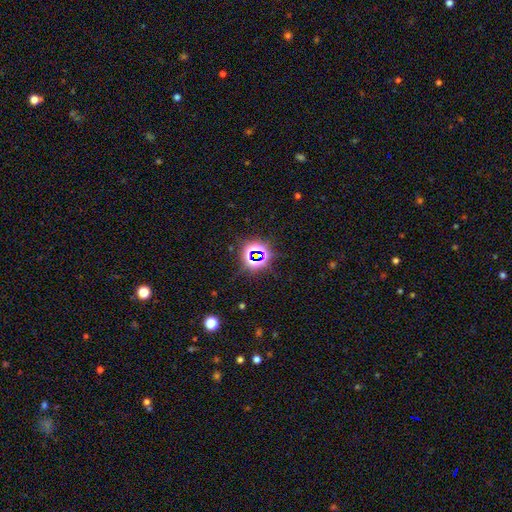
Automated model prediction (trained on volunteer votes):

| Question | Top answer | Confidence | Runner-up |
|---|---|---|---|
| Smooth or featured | star or artifact | 75% | smooth (16%) |